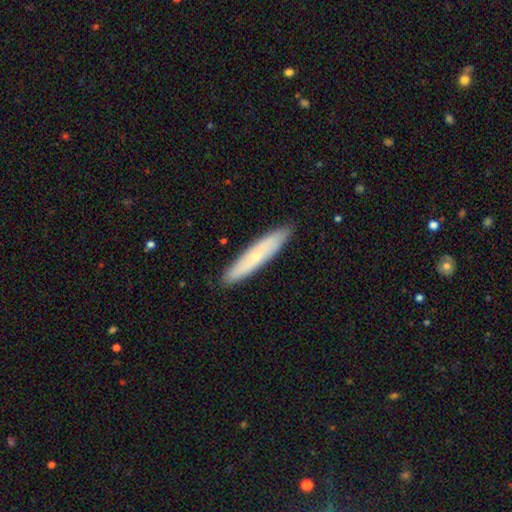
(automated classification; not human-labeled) This appears to be a smooth galaxy with no disk features (57%) that is cigar-shaped (89%). Merging: none (90%).